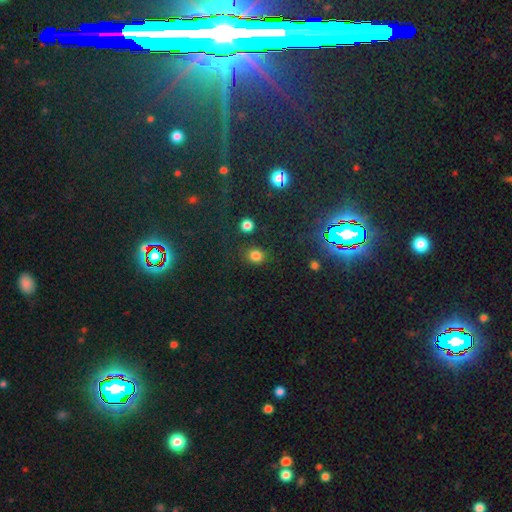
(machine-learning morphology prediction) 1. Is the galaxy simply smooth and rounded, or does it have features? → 79% smooth, 17% star or artifact, 5% featured or disk.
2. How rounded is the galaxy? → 78% round, 21% in between, 1% cigar-shaped.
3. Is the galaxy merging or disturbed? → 80% none, 10% minor disturbance, 5% merger, 4% major disturbance.